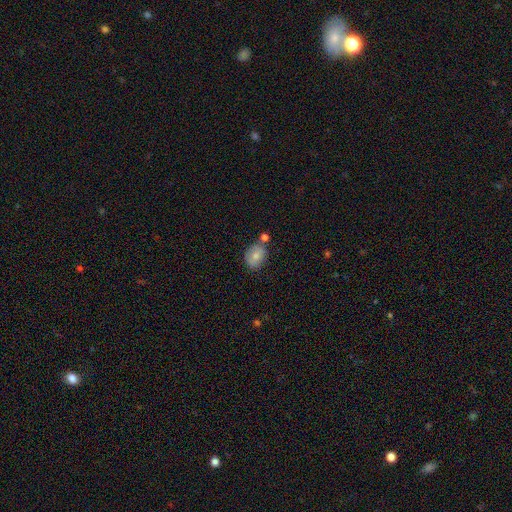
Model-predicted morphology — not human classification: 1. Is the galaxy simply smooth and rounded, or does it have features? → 73% smooth, 19% featured or disk, 8% star or artifact.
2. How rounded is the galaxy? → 58% in between, 41% round, 1% cigar-shaped.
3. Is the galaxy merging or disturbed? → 61% none, 17% merger, 17% minor disturbance, 4% major disturbance.